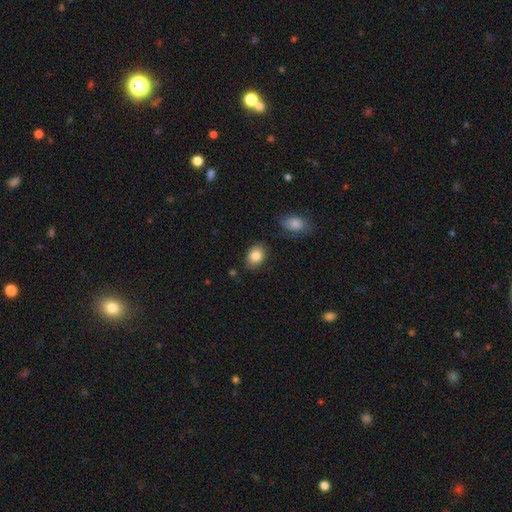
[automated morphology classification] smooth_or_featured: smooth (p=0.84) [alt: featured or disk p=0.08]
how_rounded: in between (p=0.72) [alt: round p=0.26]
merging: none (p=0.82) [alt: minor disturbance p=0.13]